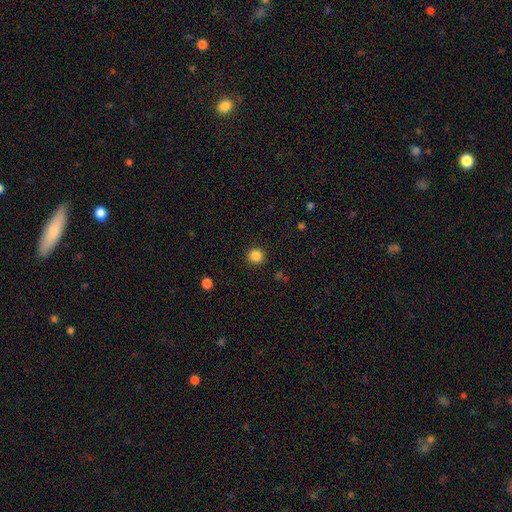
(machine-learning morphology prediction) Q: Smooth or featured?
A: smooth (85%); runner-up: star or artifact (11%)
Q: How rounded?
A: round (93%); runner-up: in between (6%)
Q: Merging?
A: none (91%); runner-up: minor disturbance (6%)